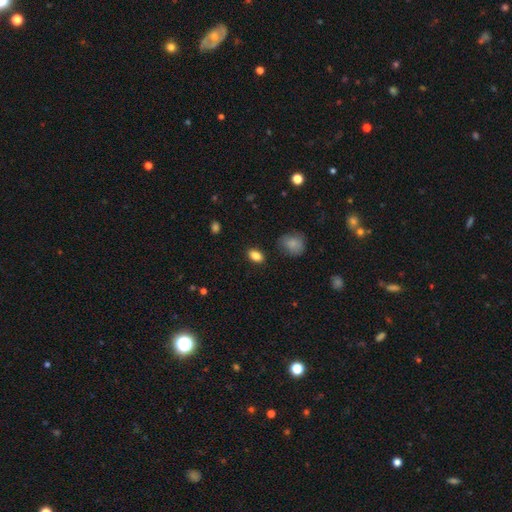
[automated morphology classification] Smooth or featured?
  - smooth: 85% *
  - star or artifact: 9%
  - featured or disk: 6%
How rounded?
  - in between: 86% *
  - round: 11%
  - cigar-shaped: 2%
Merging?
  - none: 87% *
  - minor disturbance: 9%
  - major disturbance: 3%
  - merger: 1%